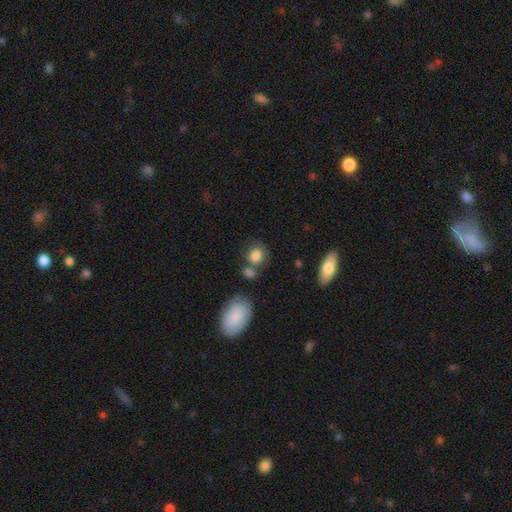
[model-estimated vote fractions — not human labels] Smooth or featured: smooth — 83% (star or artifact — 9%)
How rounded: round — 72% (in between — 27%)
Merging: none — 60% (merger — 20%)